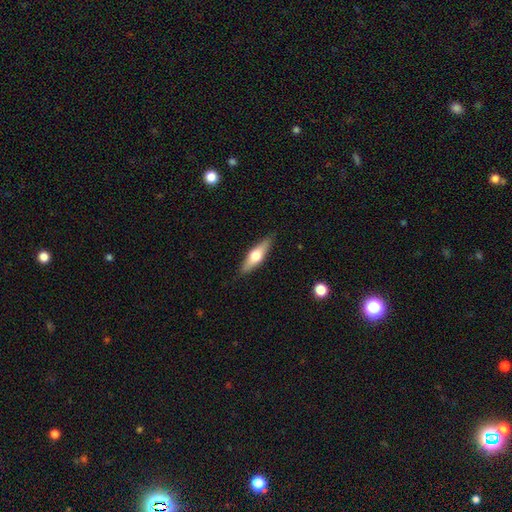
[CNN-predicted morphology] Overall: smooth (48%; featured or disk 47%). Merging: none (87%).